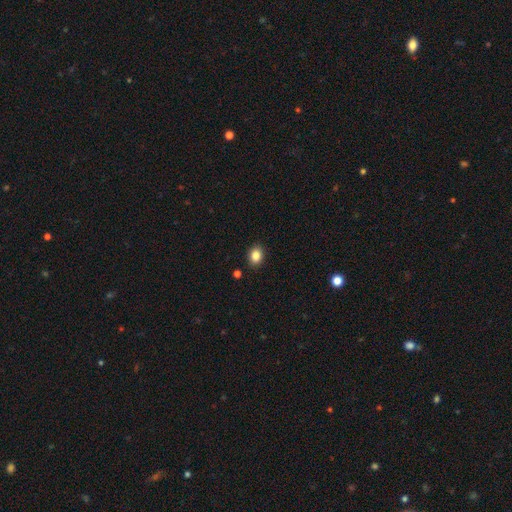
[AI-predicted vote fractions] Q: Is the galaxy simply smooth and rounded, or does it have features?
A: smooth — 85%.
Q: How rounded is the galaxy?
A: in between — 64%.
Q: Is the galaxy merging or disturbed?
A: none — 88%.